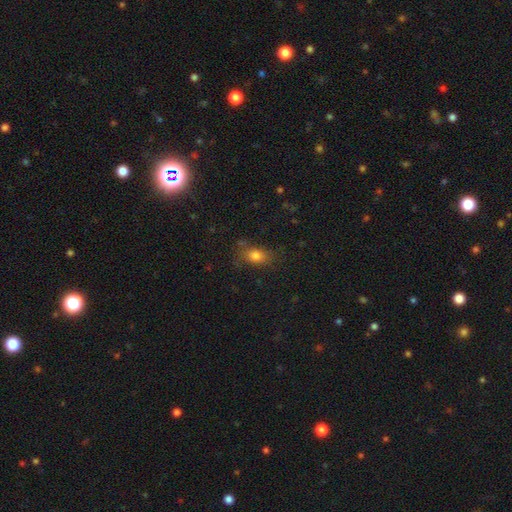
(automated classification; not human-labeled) Smooth or featured: smooth — 79% (star or artifact — 12%)
How rounded: in between — 74% (round — 24%)
Merging: none — 71% (minor disturbance — 19%)